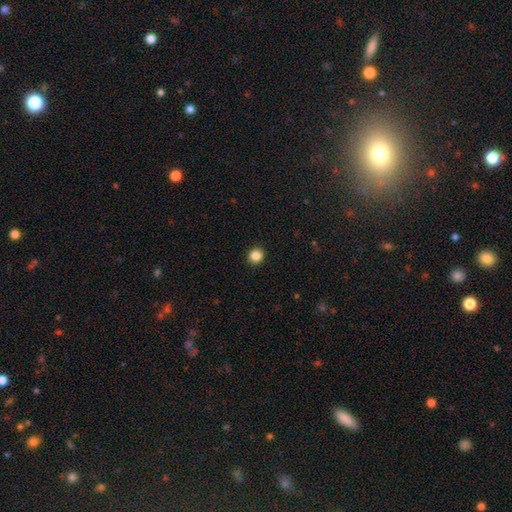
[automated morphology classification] This is clearly a smooth galaxy (86%). How rounded: clearly round (90%). Merging: clearly none (93%).